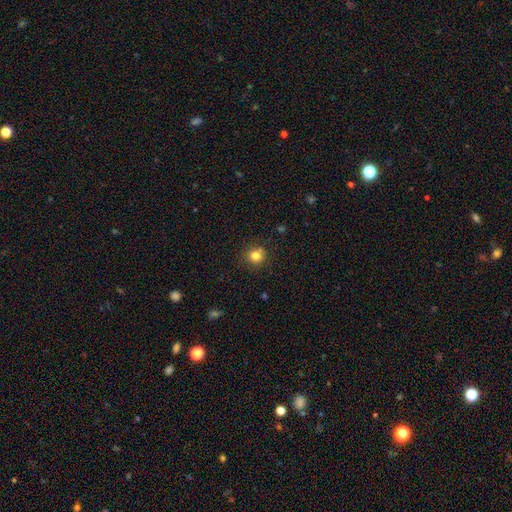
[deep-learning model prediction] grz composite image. It shows a smooth galaxy with no disk features (80%) that is round (91%). Merging: none (83%).